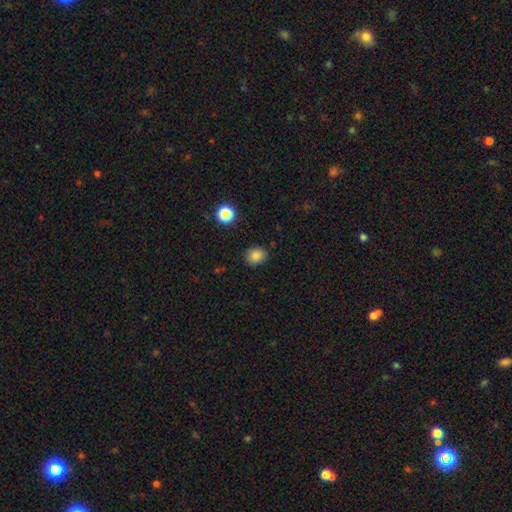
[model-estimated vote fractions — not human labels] Smooth or featured? smooth (82%)
How rounded? round (66%)
Merging? none (87%)